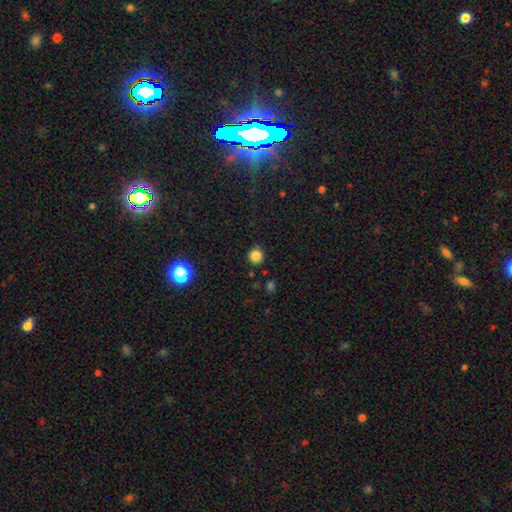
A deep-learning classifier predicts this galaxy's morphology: The model was most divided on "smooth or featured": smooth: 83%, star or artifact: 13%, featured or disk: 4%. More confident: how rounded — round (95%); merging — none (89%).